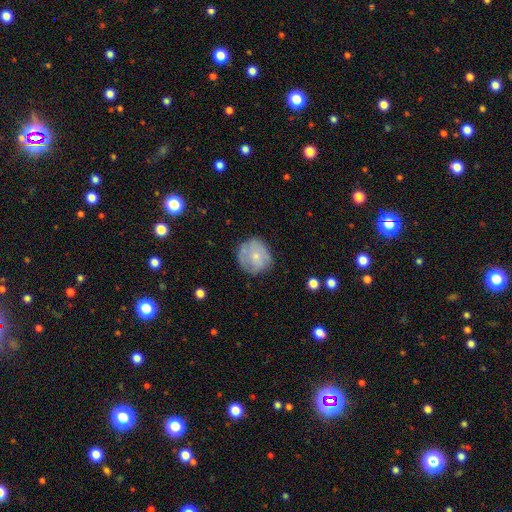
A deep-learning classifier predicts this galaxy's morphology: smooth 61%, featured or disk 32%, star or artifact 7%. Down the decision tree: how rounded — round (88%); merging — none (67%).